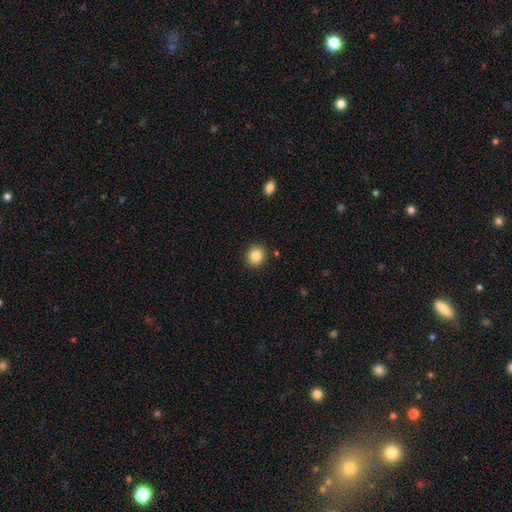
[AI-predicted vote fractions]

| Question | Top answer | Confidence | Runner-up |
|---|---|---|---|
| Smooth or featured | smooth | 85% | star or artifact (10%) |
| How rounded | round | 87% | in between (12%) |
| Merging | none | 90% | minor disturbance (6%) |